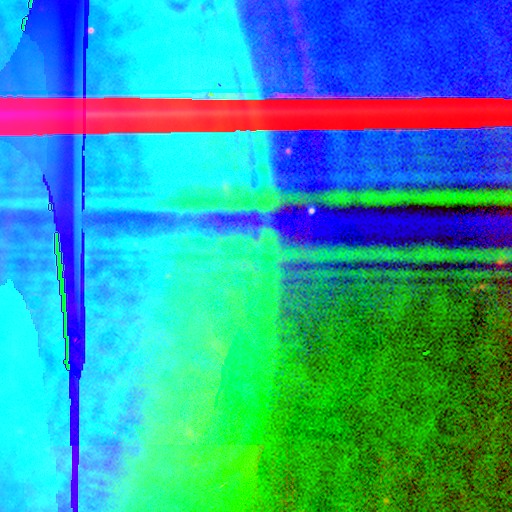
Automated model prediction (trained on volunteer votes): smooth-or-featured: star or artifact: 86% | featured or disk: 8% | smooth: 6%